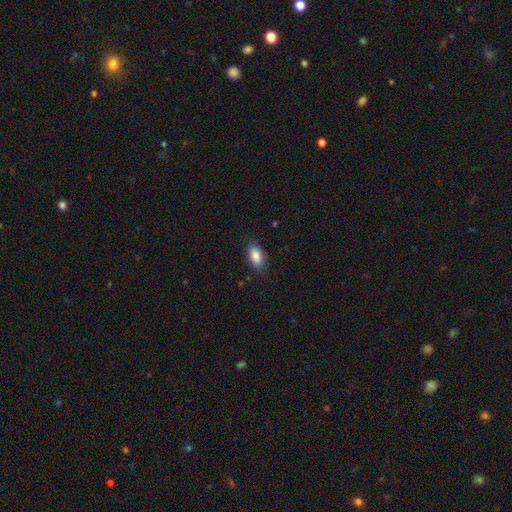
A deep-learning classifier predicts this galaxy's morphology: smooth_or_featured: smooth (p=0.87) [alt: star or artifact p=0.07]
how_rounded: in between (p=0.90) [alt: cigar-shaped p=0.07]
merging: none (p=0.82) [alt: minor disturbance p=0.14]